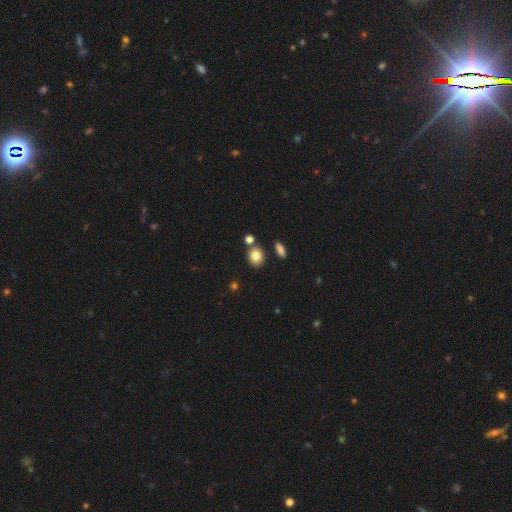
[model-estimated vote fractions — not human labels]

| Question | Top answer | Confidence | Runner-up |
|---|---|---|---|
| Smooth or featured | smooth | 81% | star or artifact (10%) |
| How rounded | round | 52% | in between (47%) |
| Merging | none | 75% | merger (13%) |